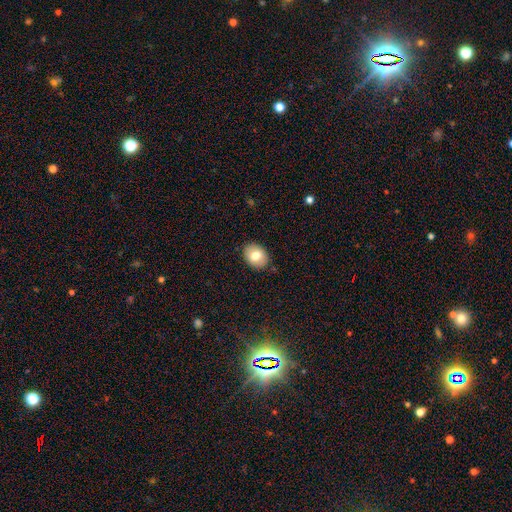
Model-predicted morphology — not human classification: This appears to be a smooth galaxy with no disk features (77%) that is in between round and cigar-shaped (67%). Merging: none (88%).